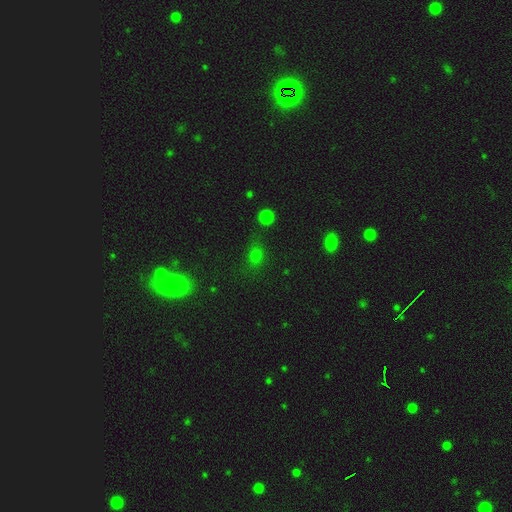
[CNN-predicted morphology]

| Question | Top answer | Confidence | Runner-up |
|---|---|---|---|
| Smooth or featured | smooth | 68% | star or artifact (25%) |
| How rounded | round | 58% | in between (40%) |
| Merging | none | 74% | minor disturbance (15%) |